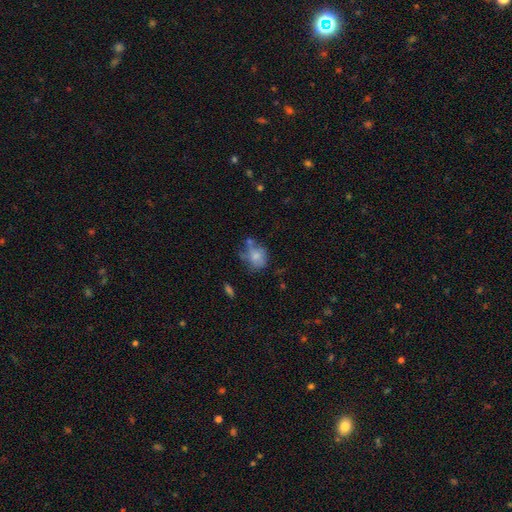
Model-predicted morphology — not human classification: This appears to be a smooth galaxy with no disk features (65%) that is round (52%). Merging: none (39%).